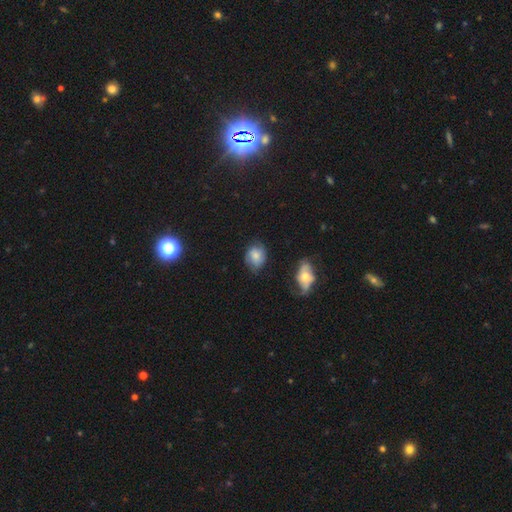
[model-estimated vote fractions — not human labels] Smooth or featured?
  - smooth: 70% *
  - featured or disk: 21%
  - star or artifact: 9%
How rounded?
  - in between: 50% *
  - round: 49%
  - cigar-shaped: 1%
Merging?
  - none: 63% *
  - minor disturbance: 27%
  - major disturbance: 7%
  - merger: 3%